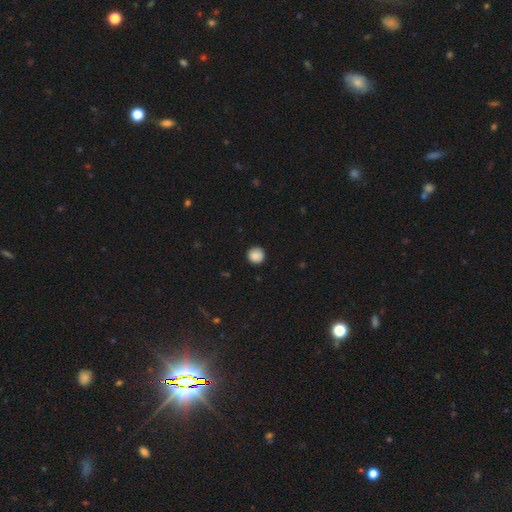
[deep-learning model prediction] smooth_or_featured: smooth (p=0.87) [alt: star or artifact p=0.09]
how_rounded: round (p=0.96) [alt: in between p=0.03]
merging: none (p=0.91) [alt: minor disturbance p=0.07]